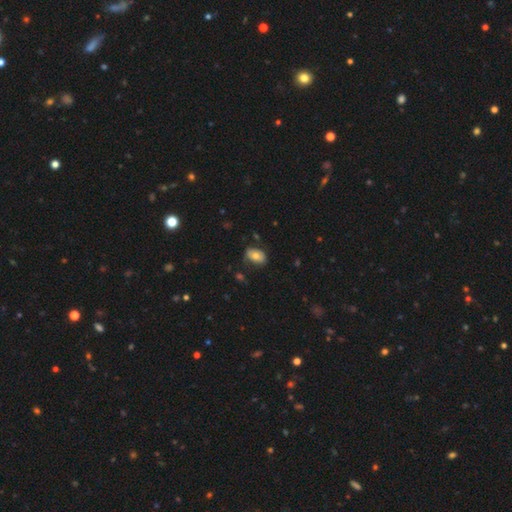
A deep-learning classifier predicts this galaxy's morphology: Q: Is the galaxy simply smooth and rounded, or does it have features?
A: smooth — 67%.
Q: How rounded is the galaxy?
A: in between — 86%.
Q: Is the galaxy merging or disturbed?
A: none — 70%.